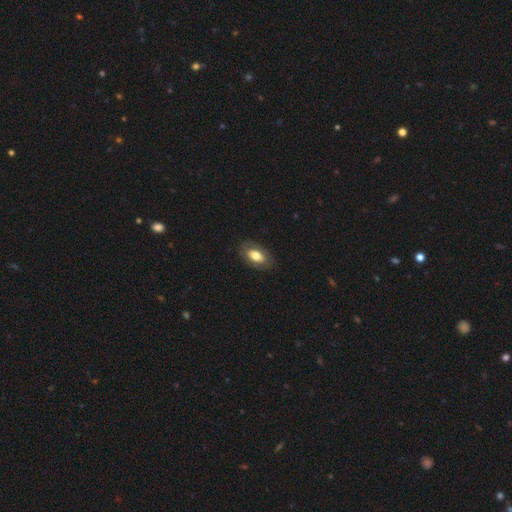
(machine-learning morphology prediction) Smooth or featured?
  - smooth: 70% *
  - featured or disk: 23%
  - star or artifact: 7%
How rounded?
  - in between: 91% *
  - round: 6%
  - cigar-shaped: 2%
Merging?
  - none: 84% *
  - minor disturbance: 12%
  - major disturbance: 3%
  - merger: 1%